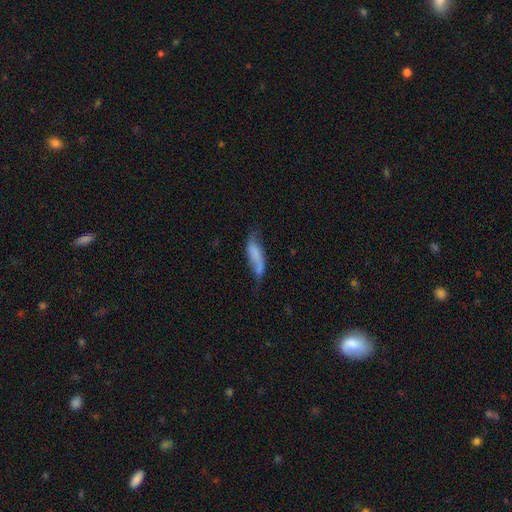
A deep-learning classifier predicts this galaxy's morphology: smooth_or_featured: smooth (p=0.59) [alt: featured or disk p=0.33]
how_rounded: in between (p=0.54) [alt: cigar-shaped p=0.44]
merging: none (p=0.37) [alt: minor disturbance p=0.33]